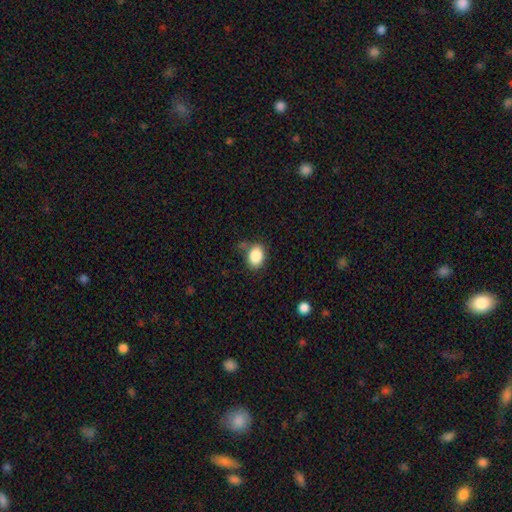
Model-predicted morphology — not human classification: This is clearly a smooth galaxy (86%). How rounded: likely in between (71%). Merging: likely none (68%).